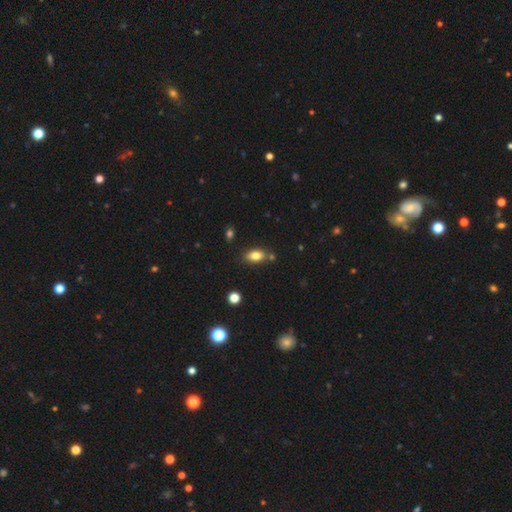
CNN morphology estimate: Smooth or featured? smooth (81%)
How rounded? in between (87%)
Merging? none (75%)